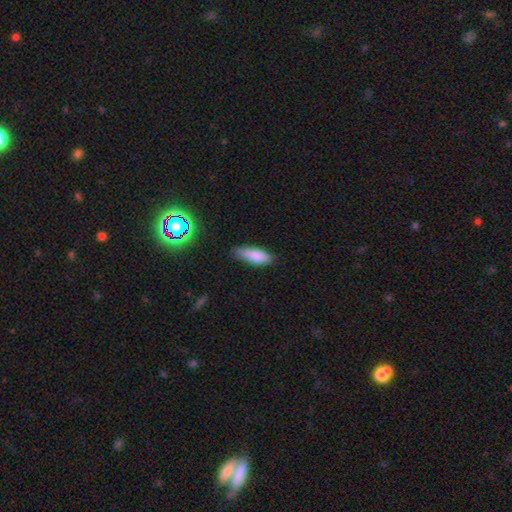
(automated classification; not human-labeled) Overall: smooth (84%). How rounded: in between (60%; cigar-shaped 38%). Merging: none (76%).